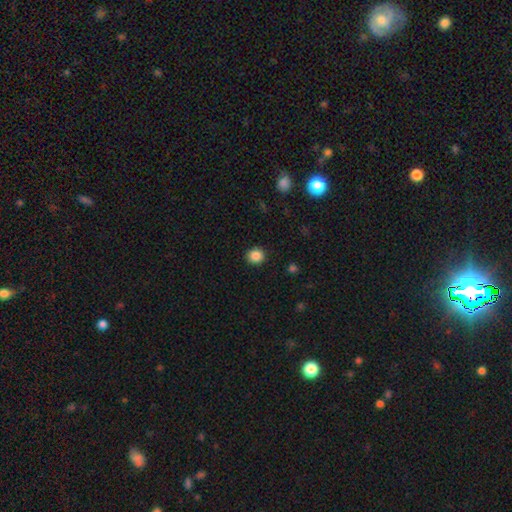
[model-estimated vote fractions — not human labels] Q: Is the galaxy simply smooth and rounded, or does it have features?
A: smooth — 86%.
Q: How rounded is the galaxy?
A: round — 90%.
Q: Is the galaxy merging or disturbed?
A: none — 92%.